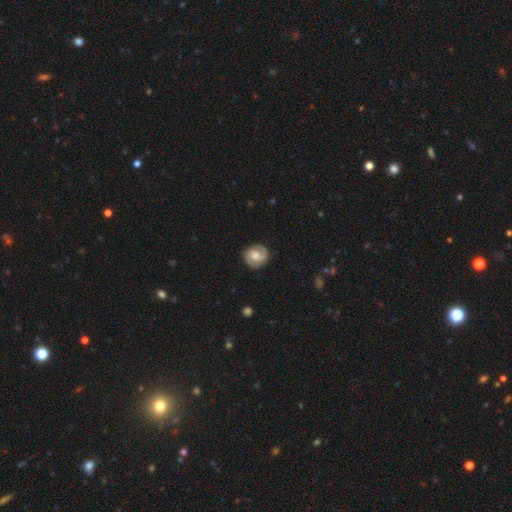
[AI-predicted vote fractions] Smooth or featured: featured or disk — 63% (smooth — 31%)
Edge-on disk: no — 98% (yes — 2%)
Bar: no — 49% (weak — 42%)
Spiral arms: yes — 91% (no — 9%)
Spiral winding: medium — 42% (tied with tight — 42%)
Spiral arm count: 2 — 84% (can't tell — 7%)
Bulge size: moderate — 61% (small — 25%)
Merging: none — 84% (minor disturbance — 11%)